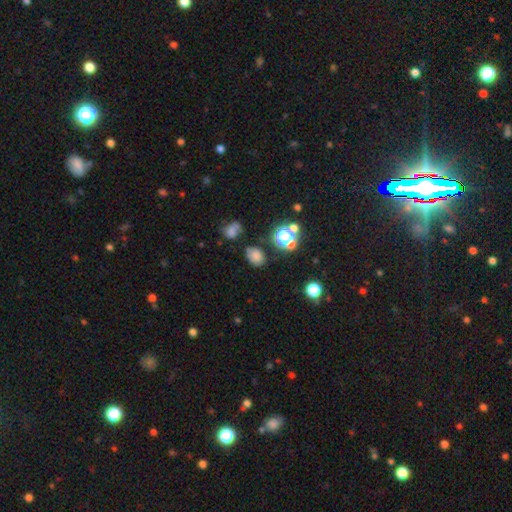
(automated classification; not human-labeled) Q: Smooth or featured?
A: smooth (66%); runner-up: star or artifact (24%)
Q: How rounded?
A: in between (56%); runner-up: round (43%)
Q: Merging?
A: none (72%); runner-up: minor disturbance (17%)